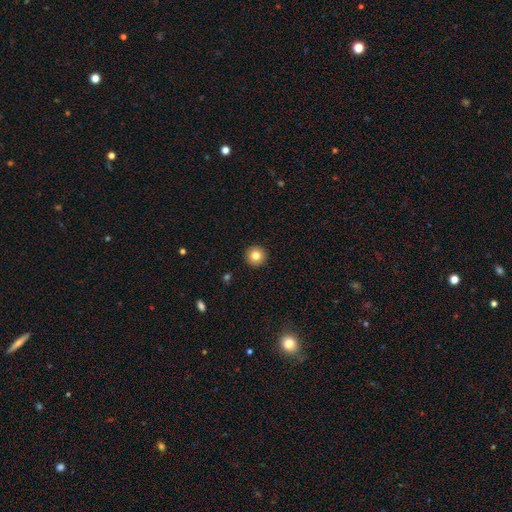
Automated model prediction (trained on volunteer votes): A smooth galaxy with no disk features (81%) that is round (96%). Merging: none (93%).